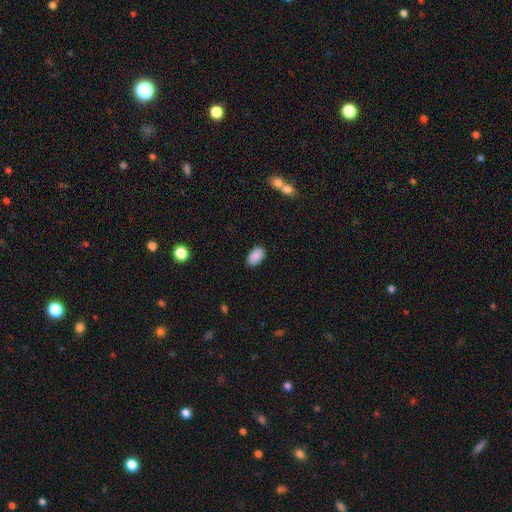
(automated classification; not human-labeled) A smooth galaxy with no disk features (89%) that is in between round and cigar-shaped (94%). Merging: none (87%).